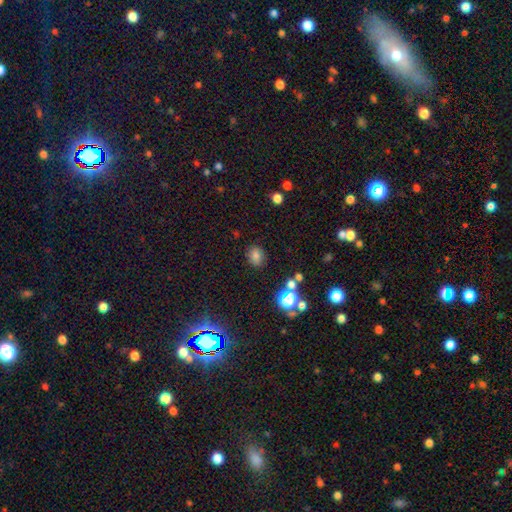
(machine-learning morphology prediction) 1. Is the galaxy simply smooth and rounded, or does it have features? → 76% smooth, 17% star or artifact, 7% featured or disk.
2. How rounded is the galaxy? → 56% round, 43% in between, 1% cigar-shaped.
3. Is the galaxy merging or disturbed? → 86% none, 9% minor disturbance, 3% major disturbance, 2% merger.